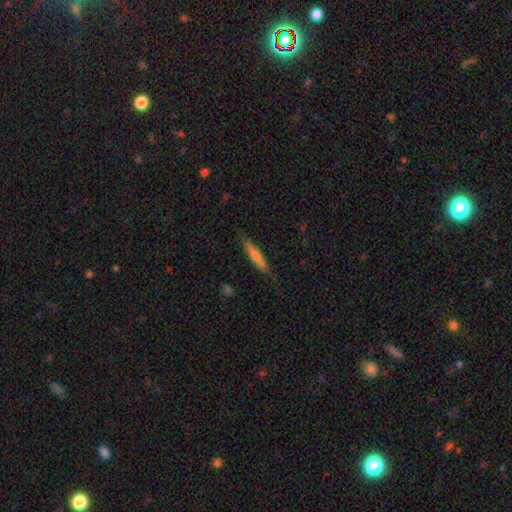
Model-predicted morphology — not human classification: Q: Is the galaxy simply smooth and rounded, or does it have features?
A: smooth — 48%.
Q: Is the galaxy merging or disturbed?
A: none — 87%.